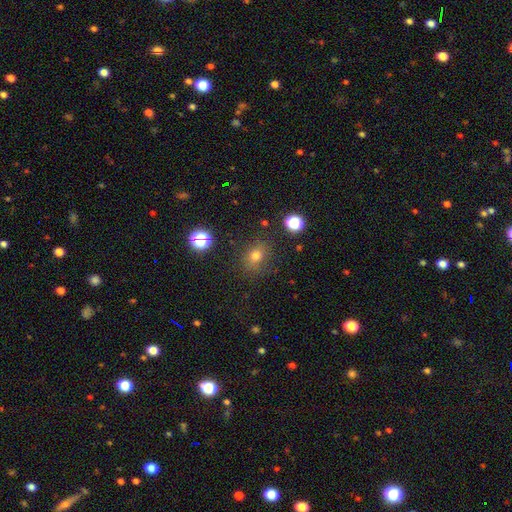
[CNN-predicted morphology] smooth-or-featured: smooth: 72% | star or artifact: 19% | featured or disk: 8%
  how-rounded: round: 55% | in between: 44% | cigar-shaped: 1%
  merging: none: 80% | minor disturbance: 13% | major disturbance: 4% | merger: 3%